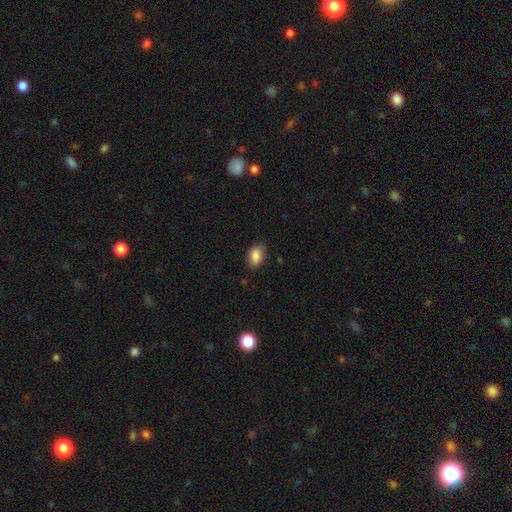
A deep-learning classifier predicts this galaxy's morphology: This appears to be a smooth galaxy with no disk features (88%) that is in between round and cigar-shaped (88%). Merging: none (81%).